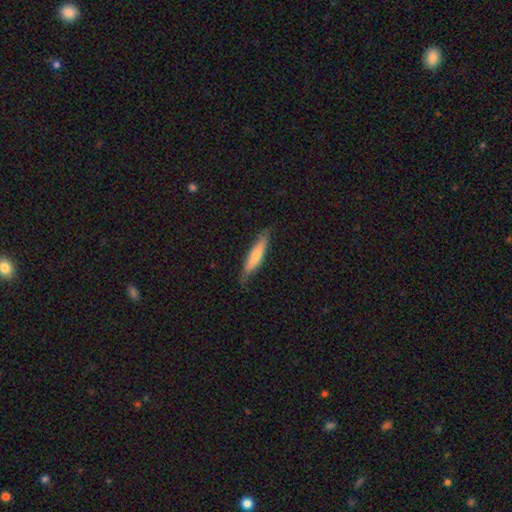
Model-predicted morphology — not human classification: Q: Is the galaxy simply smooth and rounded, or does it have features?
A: smooth — 69%.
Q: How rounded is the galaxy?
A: cigar-shaped — 82%.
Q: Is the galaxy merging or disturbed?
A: none — 76%.